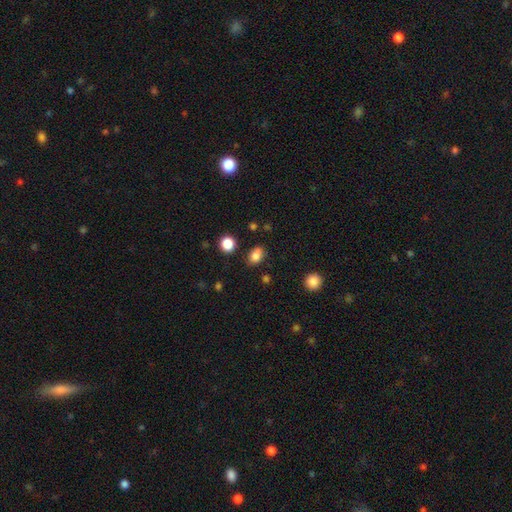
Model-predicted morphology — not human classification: Smooth or featured? smooth (83%)
How rounded? in between (72%)
Merging? none (77%)